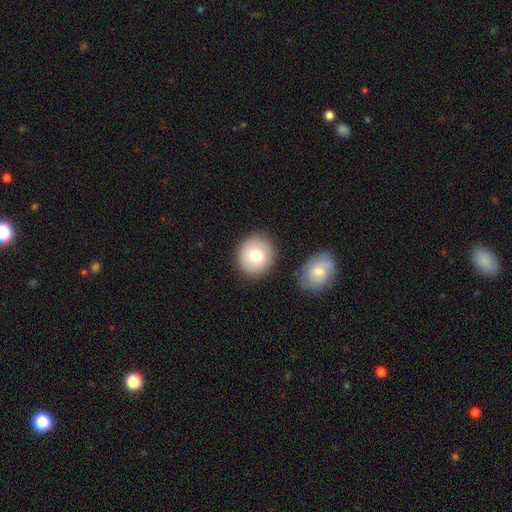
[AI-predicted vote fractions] Smooth or featured: smooth — 75% (featured or disk — 17%)
How rounded: round — 86% (in between — 13%)
Merging: none — 85% (minor disturbance — 8%)